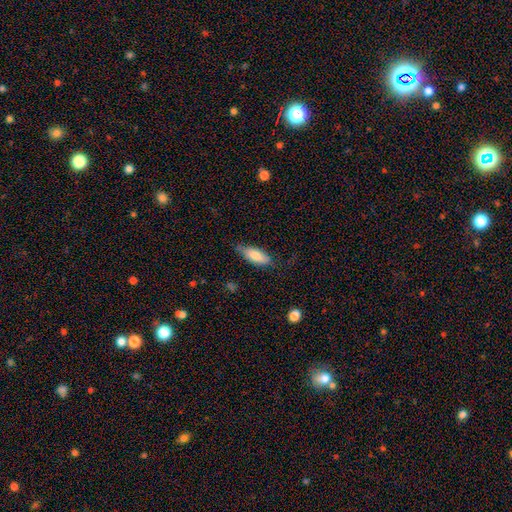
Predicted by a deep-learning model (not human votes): A smooth galaxy with no disk features (79%) that is in between round and cigar-shaped (76%).

Vote fractions:
- Smooth or featured? smooth: 79% / featured or disk: 15% / star or artifact: 6%
- How rounded? in between: 76% / cigar-shaped: 22% / round: 2%
- Merging? none: 63% / minor disturbance: 29% / major disturbance: 6% / merger: 2%